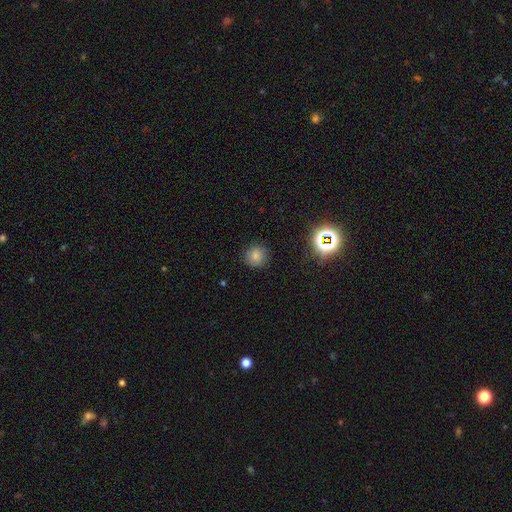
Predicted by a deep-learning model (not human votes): This appears to be a smooth galaxy with no disk features (77%) that is round (93%). Merging: none (90%).